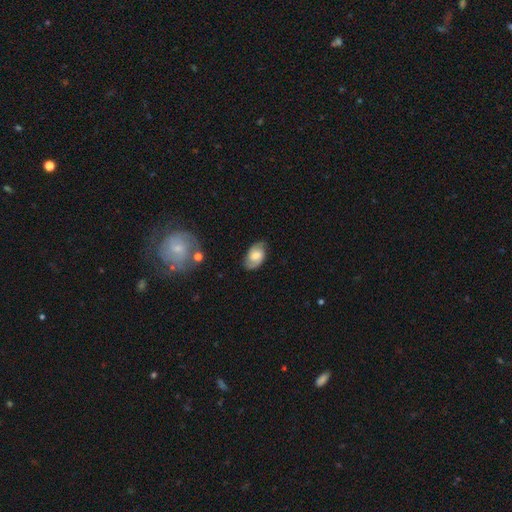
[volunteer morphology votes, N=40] featured or disk 80%, smooth 15%, star or artifact 5%. Down the decision tree: edge-on disk — no (100%); bar — no (50%); spiral arms — yes (97%); spiral arm count — 2 (87%); spiral winding — tight (42%); bulge size — moderate (47%); merging — none (71%).